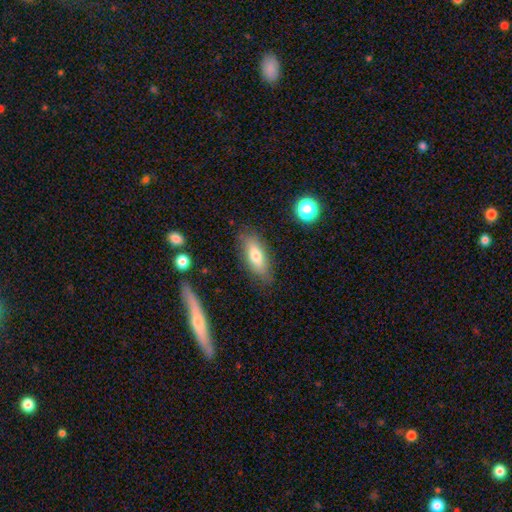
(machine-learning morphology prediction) smooth_or_featured: smooth (p=0.72) [alt: featured or disk p=0.21]
how_rounded: in between (p=0.72) [alt: cigar-shaped p=0.25]
merging: none (p=0.81) [alt: minor disturbance p=0.14]